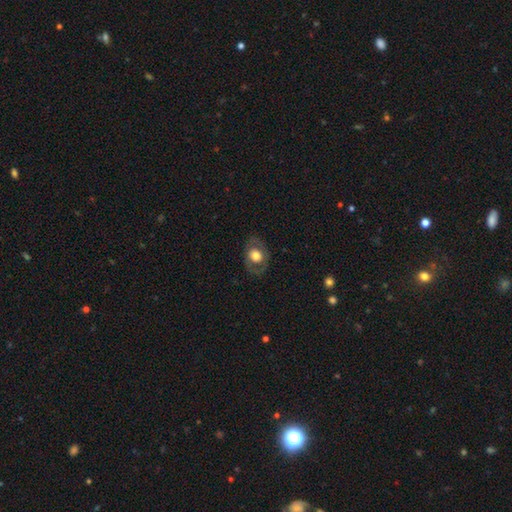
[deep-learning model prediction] This appears to be a smooth galaxy with no disk features (47%). Merging: none (78%).